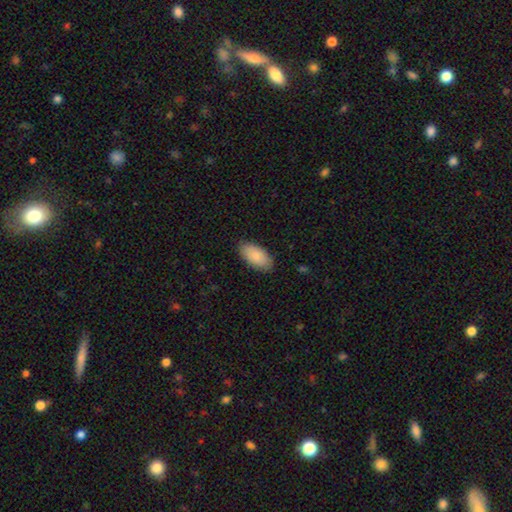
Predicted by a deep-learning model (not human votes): smooth 85%, featured or disk 9%, star or artifact 6%. Down the decision tree: how rounded — in between (94%); merging — none (87%).